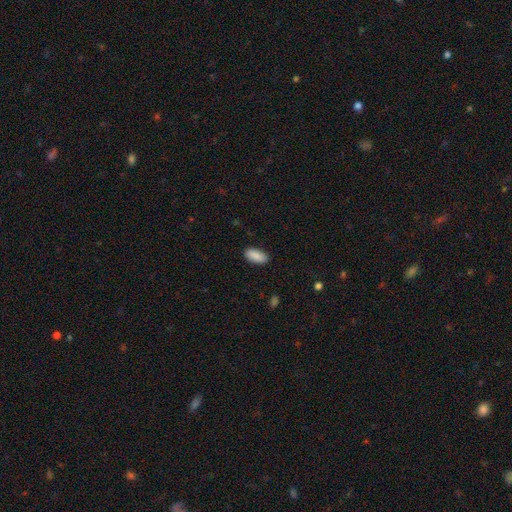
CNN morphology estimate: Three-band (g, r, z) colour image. It shows a smooth galaxy with no disk features (90%) that is in between round and cigar-shaped (88%). Merging: none (89%).